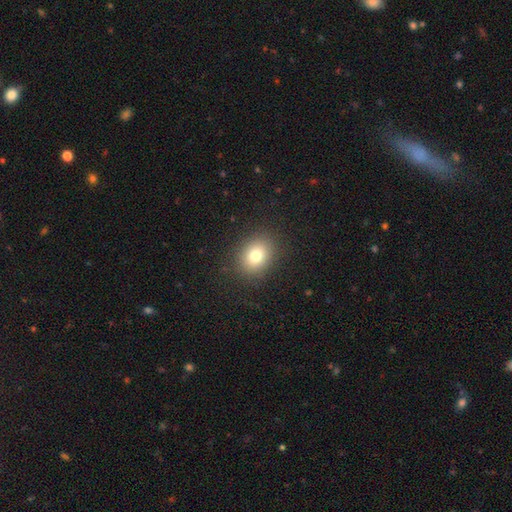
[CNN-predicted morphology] Q: Smooth or featured?
A: smooth (79%); runner-up: star or artifact (12%)
Q: How rounded?
A: in between (50%); runner-up: round (49%)
Q: Merging?
A: none (88%); runner-up: minor disturbance (8%)